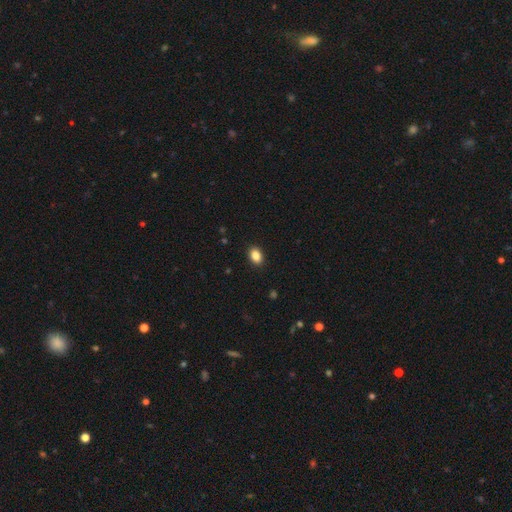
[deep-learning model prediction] A smooth galaxy with no disk features (87%) that is in between round and cigar-shaped (81%).

Vote fractions:
- Smooth or featured? smooth: 87% / star or artifact: 9% / featured or disk: 5%
- How rounded? in between: 81% / round: 18% / cigar-shaped: 1%
- Merging? none: 90% / minor disturbance: 7% / major disturbance: 2% / merger: 1%